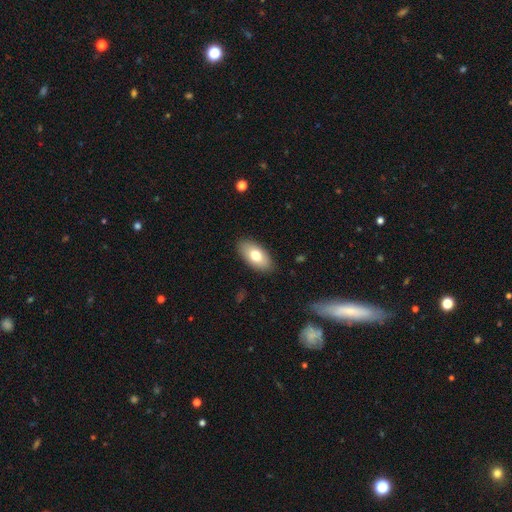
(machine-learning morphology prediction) Q: Smooth or featured?
A: smooth (75%); runner-up: featured or disk (19%)
Q: How rounded?
A: in between (93%); runner-up: cigar-shaped (3%)
Q: Merging?
A: none (88%); runner-up: minor disturbance (9%)